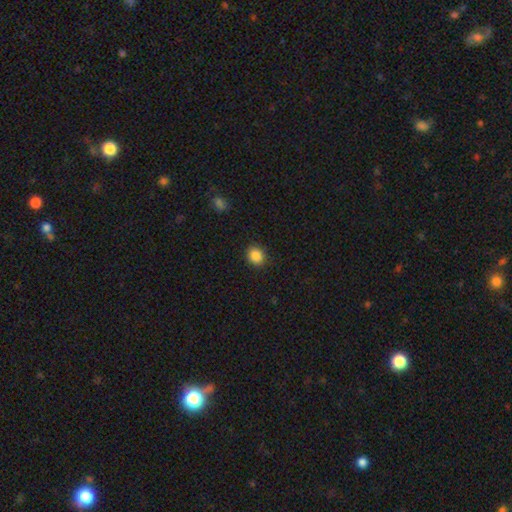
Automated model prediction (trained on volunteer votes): This appears to be a smooth galaxy with no disk features (87%) that is round (70%). Merging: none (89%).